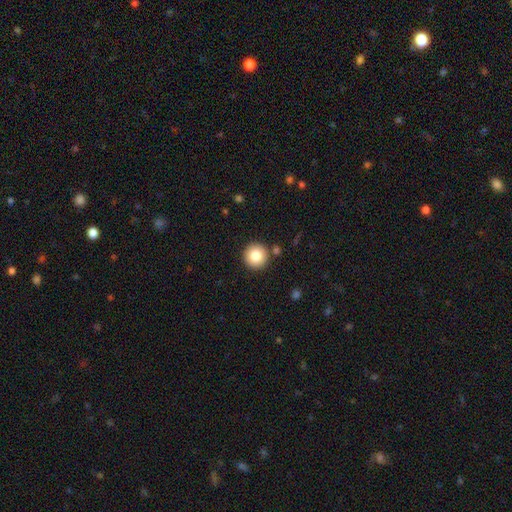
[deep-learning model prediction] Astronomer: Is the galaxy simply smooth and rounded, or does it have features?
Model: smooth — 83%.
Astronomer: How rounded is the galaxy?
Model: round — 96%.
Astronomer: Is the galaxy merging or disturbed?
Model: none — 89%.